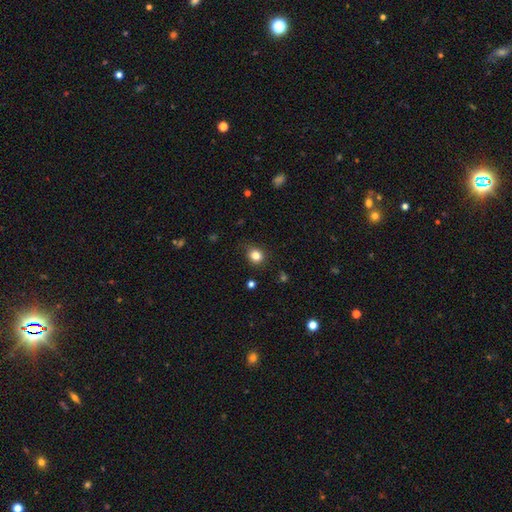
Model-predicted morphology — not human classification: A smooth galaxy with no disk features (83%) that is round (74%).

Vote fractions:
- Smooth or featured? smooth: 83% / star or artifact: 12% / featured or disk: 5%
- How rounded? round: 74% / in between: 25% / cigar-shaped: 1%
- Merging? none: 78% / minor disturbance: 17% / major disturbance: 4% / merger: 1%